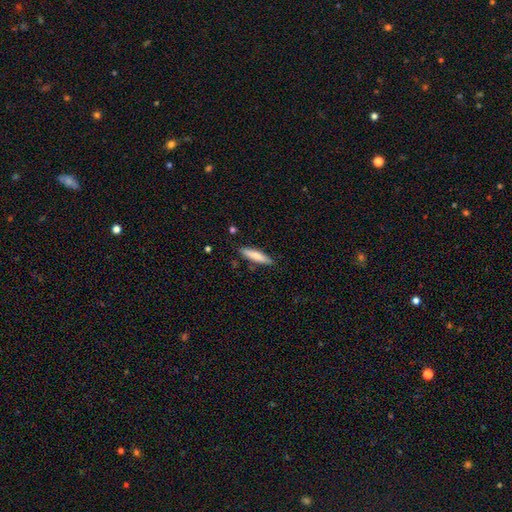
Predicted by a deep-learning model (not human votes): A smooth galaxy with no disk features (76%) that is cigar-shaped (79%).

Vote fractions:
- Smooth or featured? smooth: 76% / featured or disk: 18% / star or artifact: 6%
- How rounded? cigar-shaped: 79% / in between: 19% / round: 1%
- Merging? none: 85% / minor disturbance: 11% / major disturbance: 2% / merger: 2%